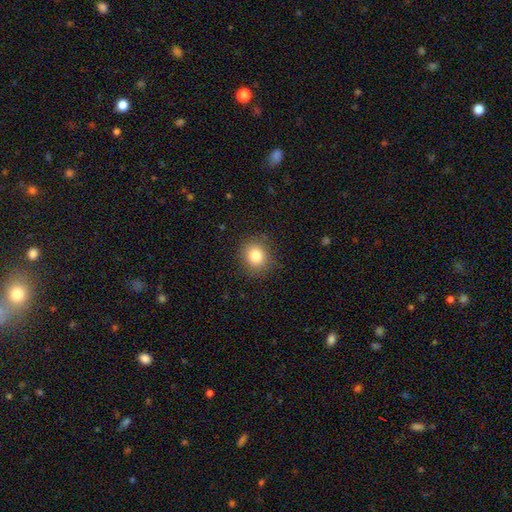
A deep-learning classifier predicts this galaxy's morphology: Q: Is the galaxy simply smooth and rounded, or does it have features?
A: smooth — 82%.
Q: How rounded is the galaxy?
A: round — 81%.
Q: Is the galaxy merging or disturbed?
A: none — 87%.